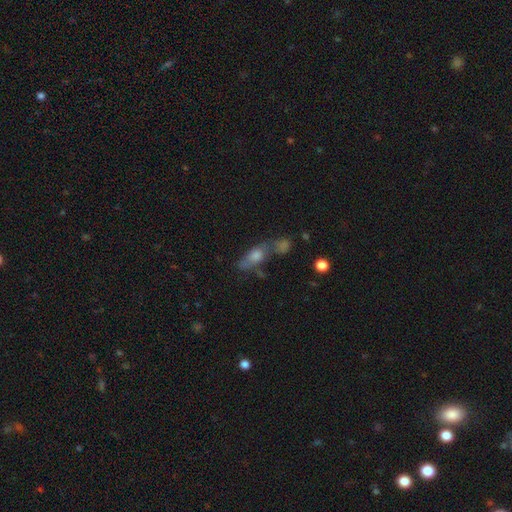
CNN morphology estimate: type=smooth (49%); merging=none (41%).